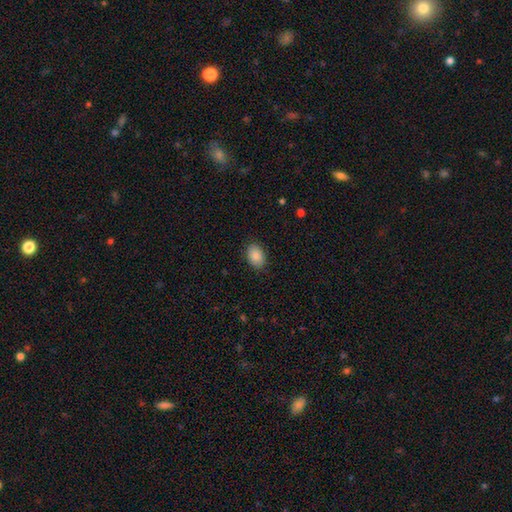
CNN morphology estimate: Overall: smooth (85%). How rounded: in between (83%). Merging: none (88%).